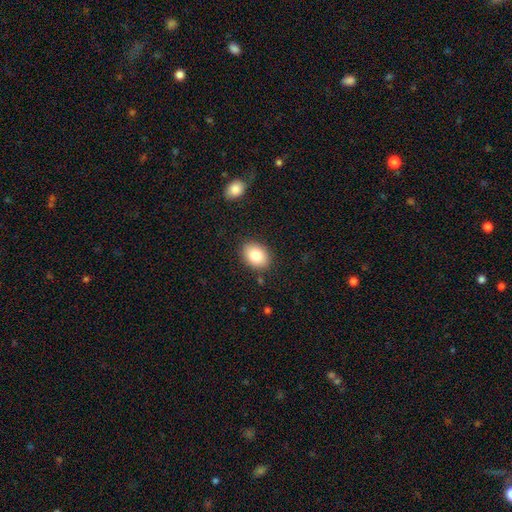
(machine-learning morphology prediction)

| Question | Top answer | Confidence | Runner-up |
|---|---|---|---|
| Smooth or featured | smooth | 83% | featured or disk (9%) |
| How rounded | in between | 76% | round (24%) |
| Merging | none | 86% | minor disturbance (9%) |